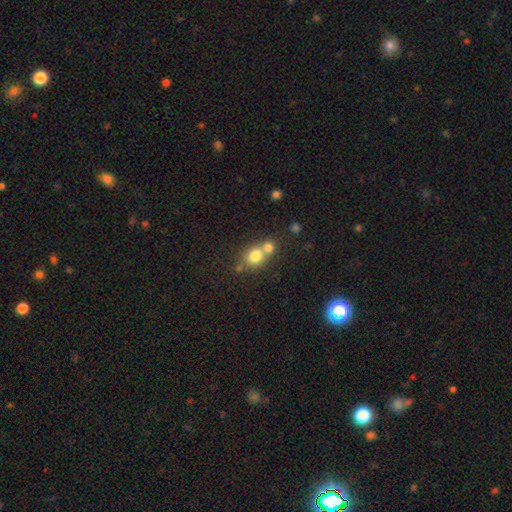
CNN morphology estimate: smooth-or-featured: smooth: 77% | featured or disk: 12% | star or artifact: 12%
  how-rounded: round: 74% | in between: 25% | cigar-shaped: 1%
  merging: merger: 52% | none: 38% | minor disturbance: 7% | major disturbance: 3%